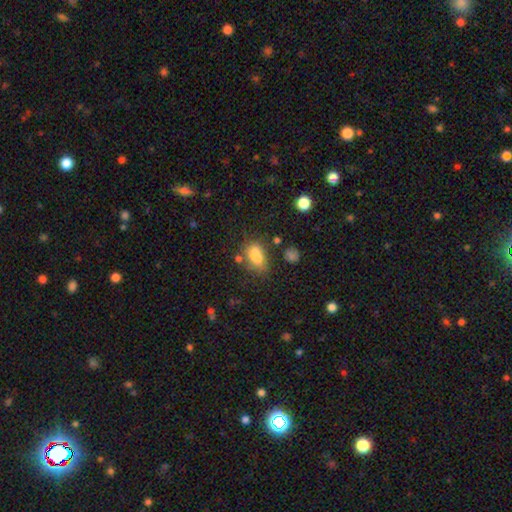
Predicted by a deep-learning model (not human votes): A smooth galaxy with no disk features (77%) that is in between round and cigar-shaped (82%).

Vote fractions:
- Smooth or featured? smooth: 77% / featured or disk: 11% / star or artifact: 11%
- How rounded? in between: 82% / round: 14% / cigar-shaped: 4%
- Merging? none: 52% / minor disturbance: 23% / merger: 14% / major disturbance: 10%